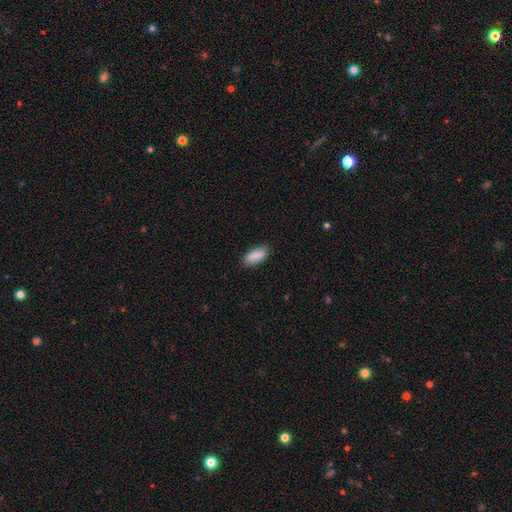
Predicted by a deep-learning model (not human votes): Q: Smooth or featured?
A: smooth (89%); runner-up: star or artifact (7%)
Q: How rounded?
A: in between (85%); runner-up: cigar-shaped (13%)
Q: Merging?
A: none (82%); runner-up: minor disturbance (14%)